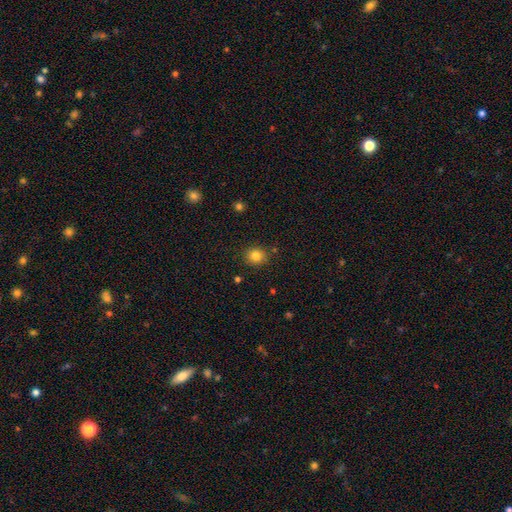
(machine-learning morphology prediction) A smooth galaxy with no disk features (84%) that is round (79%).

Vote fractions:
- Smooth or featured? smooth: 84% / star or artifact: 11% / featured or disk: 5%
- How rounded? round: 79% / in between: 20% / cigar-shaped: 1%
- Merging? none: 84% / minor disturbance: 10% / major disturbance: 3% / merger: 3%